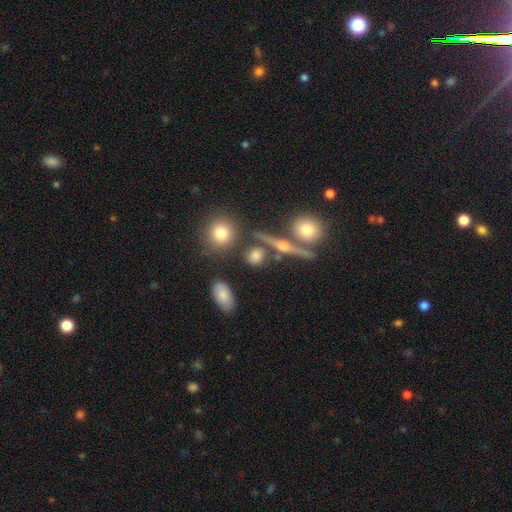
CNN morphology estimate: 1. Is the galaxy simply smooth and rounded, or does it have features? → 57% smooth, 29% featured or disk, 14% star or artifact.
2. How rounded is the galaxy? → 69% round, 20% in between, 11% cigar-shaped.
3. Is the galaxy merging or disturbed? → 73% none, 12% merger, 11% minor disturbance, 5% major disturbance.